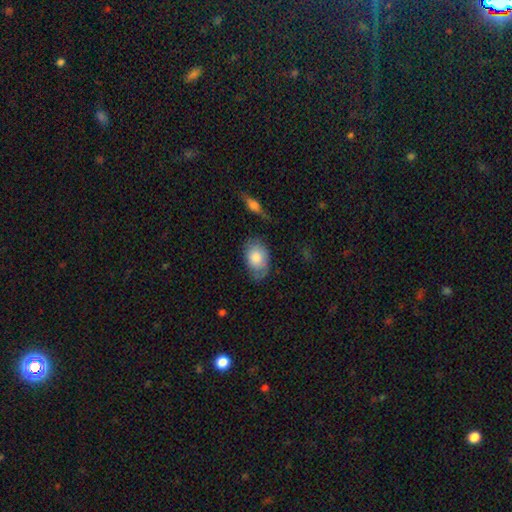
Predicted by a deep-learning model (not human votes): A smooth galaxy with no disk features (76%) that is in between round and cigar-shaped (87%).

Vote fractions:
- Smooth or featured? smooth: 76% / featured or disk: 17% / star or artifact: 6%
- How rounded? in between: 87% / round: 11% / cigar-shaped: 1%
- Merging? none: 64% / minor disturbance: 27% / major disturbance: 6% / merger: 3%